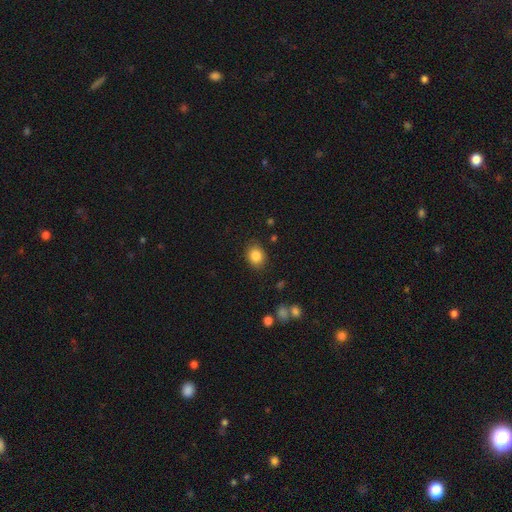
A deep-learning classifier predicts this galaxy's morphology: A smooth galaxy with no disk features (85%) that is round (58%). Merging: none (85%).